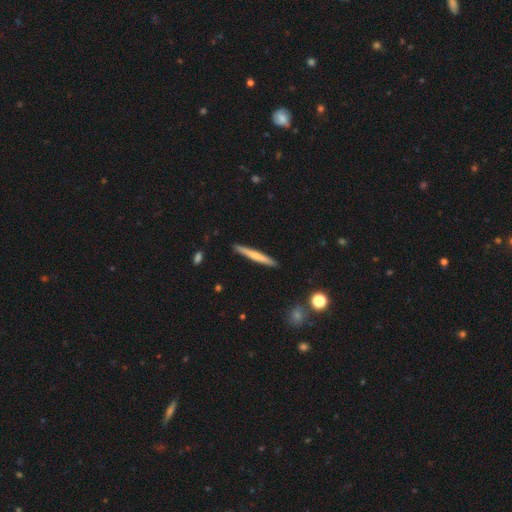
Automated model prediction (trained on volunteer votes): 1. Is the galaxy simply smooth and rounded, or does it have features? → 58% smooth, 37% featured or disk, 6% star or artifact.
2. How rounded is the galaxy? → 96% cigar-shaped, 3% in between, 1% round.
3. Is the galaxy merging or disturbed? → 90% none, 7% minor disturbance, 1% major disturbance, 1% merger.